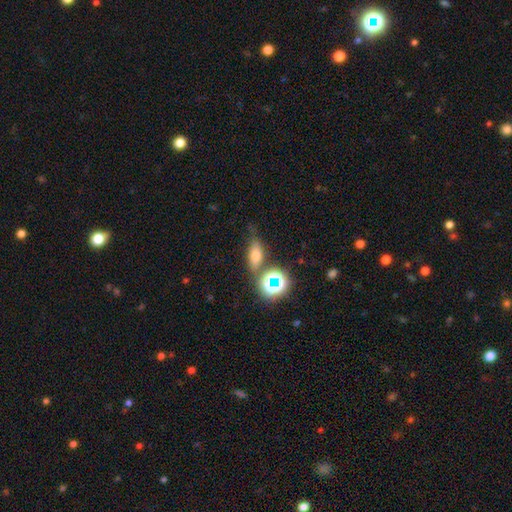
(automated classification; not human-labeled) This appears to be a smooth galaxy with no disk features (61%) that is in between round and cigar-shaped (66%). Merging: none (65%).